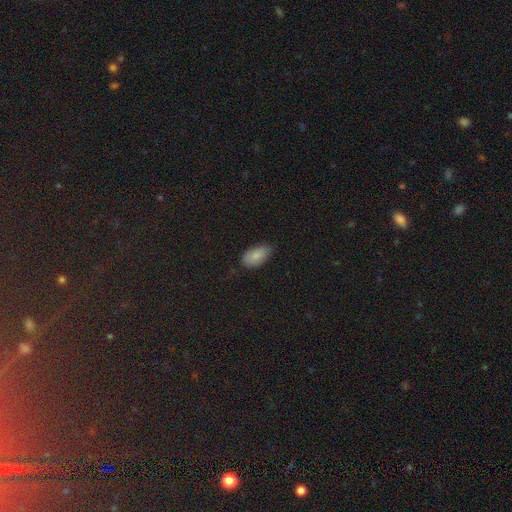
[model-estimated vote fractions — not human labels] Morphology: type=smooth (85%); roundness=in between (94%); merging=none (73%).